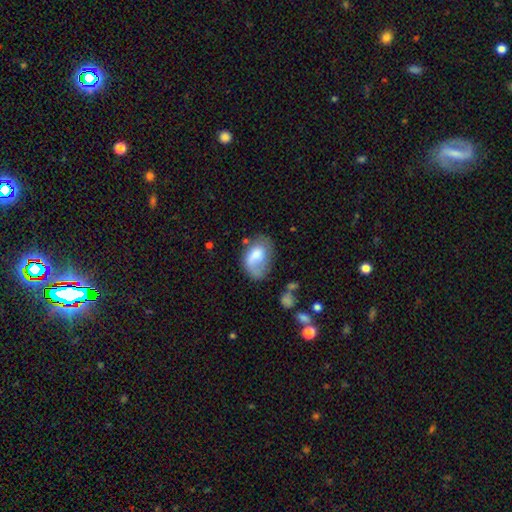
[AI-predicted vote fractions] This is likely a smooth galaxy (61%). How rounded: clearly in between (84%). Merging: marginally none (40%).